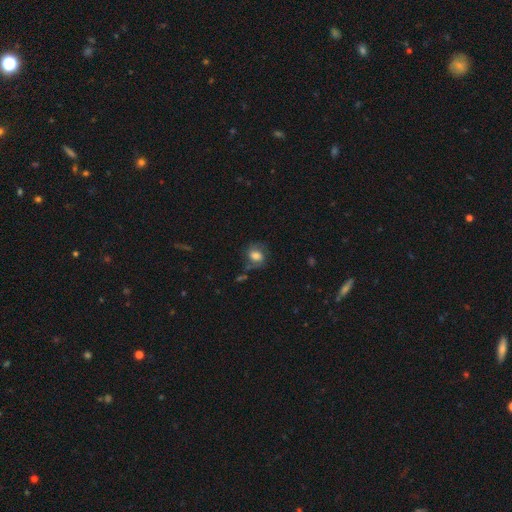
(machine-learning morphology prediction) Overall: smooth (65%). How rounded: in between (54%; round 44%). Merging: none (57%; minor disturbance 24%).